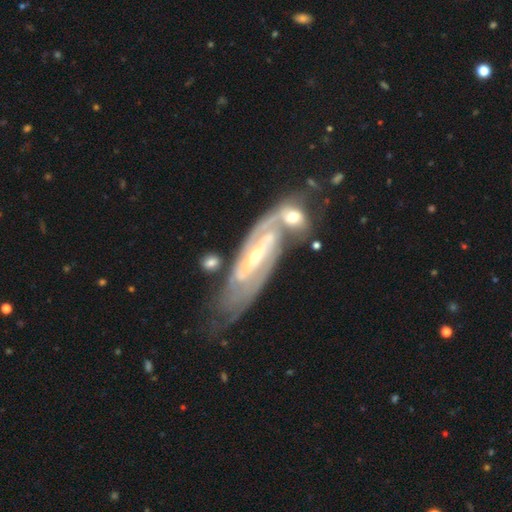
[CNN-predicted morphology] Q: Smooth or featured?
A: featured or disk (89%); runner-up: smooth (6%)
Q: Edge-on disk?
A: no (89%); runner-up: yes (11%)
Q: Bar?
A: strong (40%); runner-up: weak (37%)
Q: Spiral arms?
A: yes (96%); runner-up: no (4%)
Q: Spiral winding?
A: tight (51%); runner-up: medium (39%)
Q: Spiral arm count?
A: 2 (71%); runner-up: can't tell (15%)
Q: Bulge size?
A: small (66%); runner-up: moderate (31%)
Q: Merging?
A: none (46%); runner-up: merger (29%)